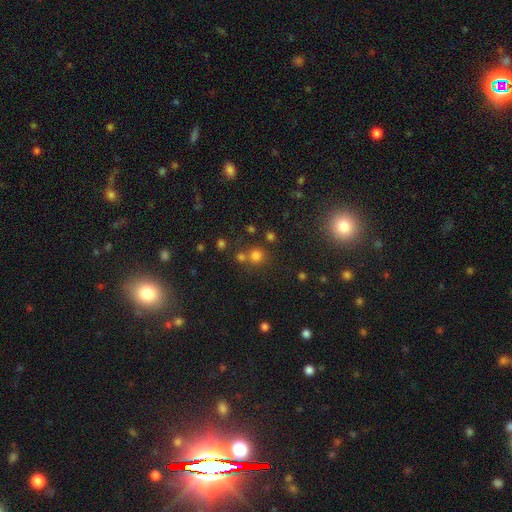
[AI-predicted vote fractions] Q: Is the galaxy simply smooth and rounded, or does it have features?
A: smooth — 74%.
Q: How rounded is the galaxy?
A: round — 91%.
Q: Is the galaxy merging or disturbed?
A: none — 67%.